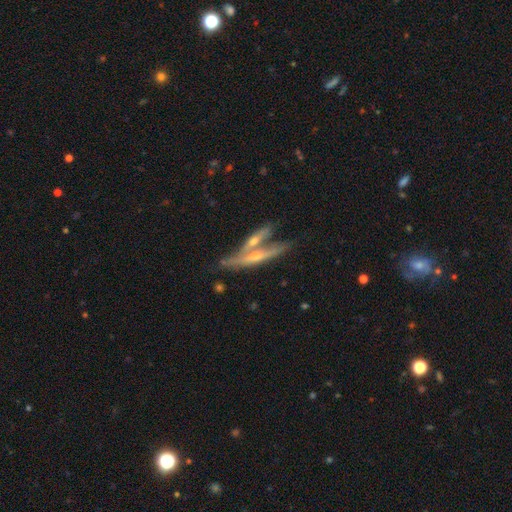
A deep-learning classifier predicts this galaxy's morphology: Q: Smooth or featured?
A: featured or disk (63%); runner-up: smooth (20%)
Q: Edge-on disk?
A: yes (65%); runner-up: no (35%)
Q: Merging?
A: none (42%); runner-up: merger (30%)